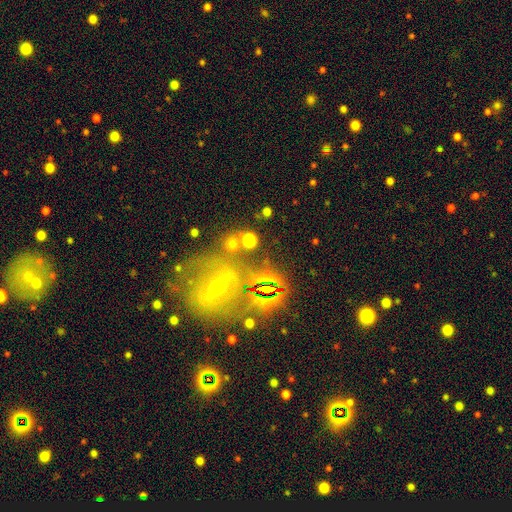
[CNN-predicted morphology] A featured or disk galaxy (44%). Merging: none (59%).